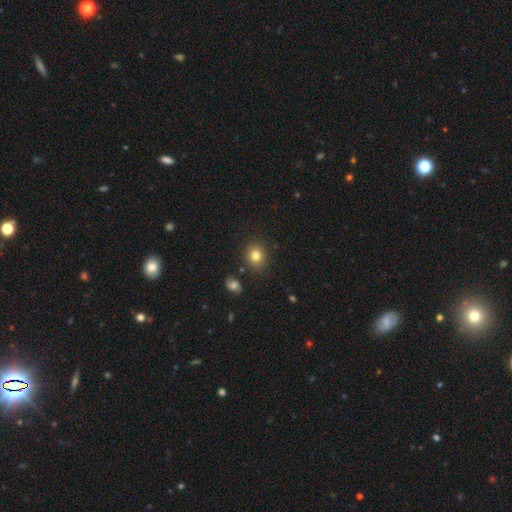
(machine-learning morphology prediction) A smooth galaxy with no disk features (81%) that is round (72%).

Vote fractions:
- Smooth or featured? smooth: 81% / star or artifact: 11% / featured or disk: 8%
- How rounded? round: 72% / in between: 27% / cigar-shaped: 1%
- Merging? none: 85% / minor disturbance: 9% / merger: 3% / major disturbance: 3%